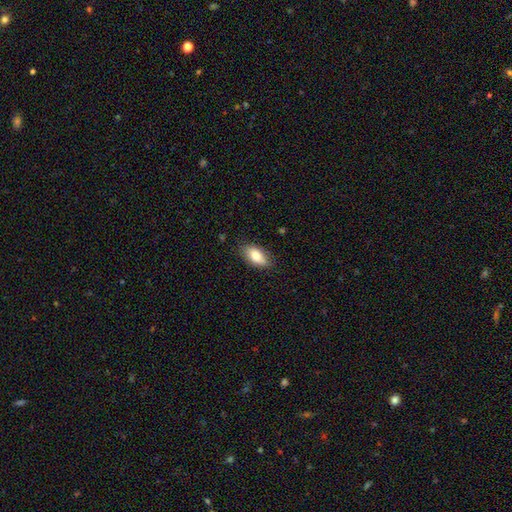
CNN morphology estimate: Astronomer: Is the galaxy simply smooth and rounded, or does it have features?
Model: smooth — 80%.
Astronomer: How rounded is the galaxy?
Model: in between — 89%.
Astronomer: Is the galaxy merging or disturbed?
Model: none — 84%.